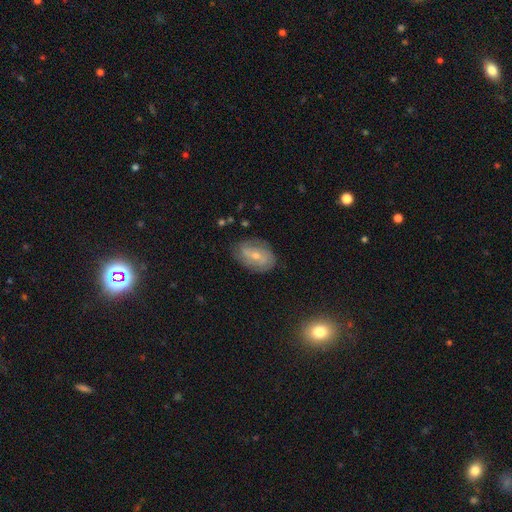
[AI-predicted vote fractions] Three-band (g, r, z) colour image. It shows a featured or disk galaxy (61%) with a weak bar (42%), spiral arms (74%) and a small central bulge (57%). Merging: none (73%).